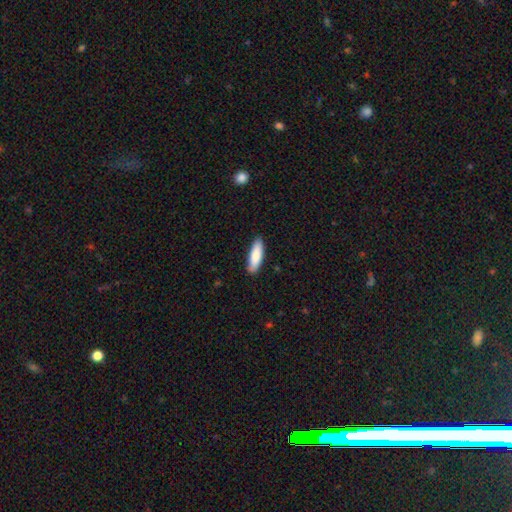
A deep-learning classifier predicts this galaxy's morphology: smooth_or_featured: smooth (p=0.84) [alt: featured or disk p=0.11]
how_rounded: in between (p=0.52) [alt: cigar-shaped p=0.46]
merging: none (p=0.86) [alt: minor disturbance p=0.11]